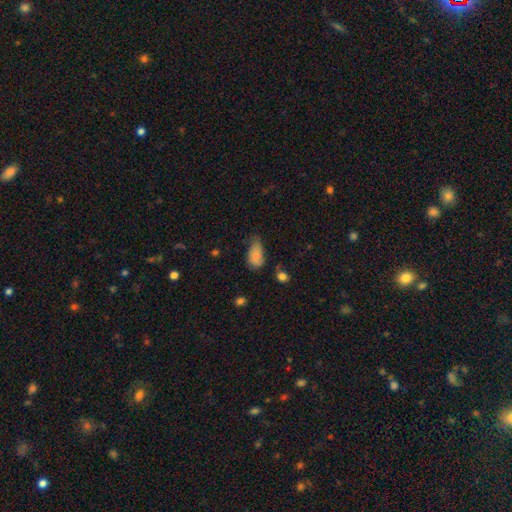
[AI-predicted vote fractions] Smooth or featured?
  - smooth: 75% *
  - featured or disk: 17%
  - star or artifact: 8%
How rounded?
  - in between: 90% *
  - round: 6%
  - cigar-shaped: 4%
Merging?
  - minor disturbance: 47% *
  - none: 33%
  - major disturbance: 17%
  - merger: 3%